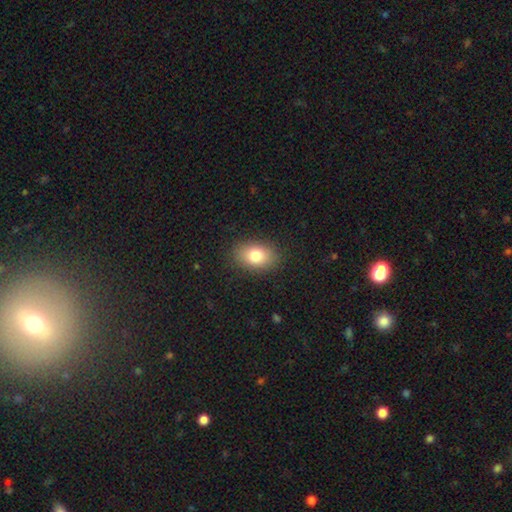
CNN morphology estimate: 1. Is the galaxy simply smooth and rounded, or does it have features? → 80% smooth, 11% featured or disk, 9% star or artifact.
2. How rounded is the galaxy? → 82% in between, 16% round, 1% cigar-shaped.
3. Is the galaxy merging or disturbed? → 87% none, 9% minor disturbance, 3% major disturbance, 1% merger.